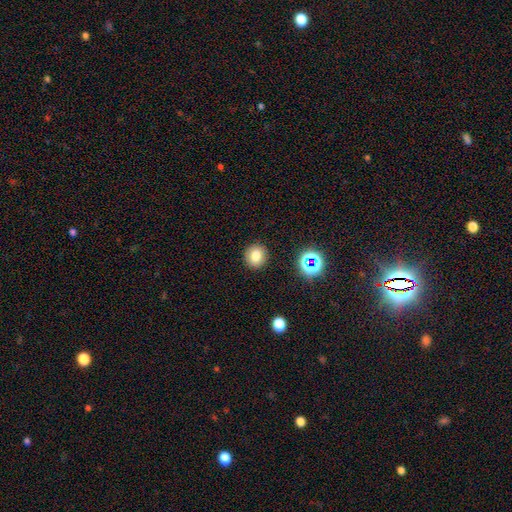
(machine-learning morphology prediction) A smooth galaxy with no disk features (77%) that is round (84%).

Vote fractions:
- Smooth or featured? smooth: 77% / star or artifact: 14% / featured or disk: 9%
- How rounded? round: 84% / in between: 15% / cigar-shaped: 1%
- Merging? none: 90% / minor disturbance: 6% / major disturbance: 2% / merger: 1%